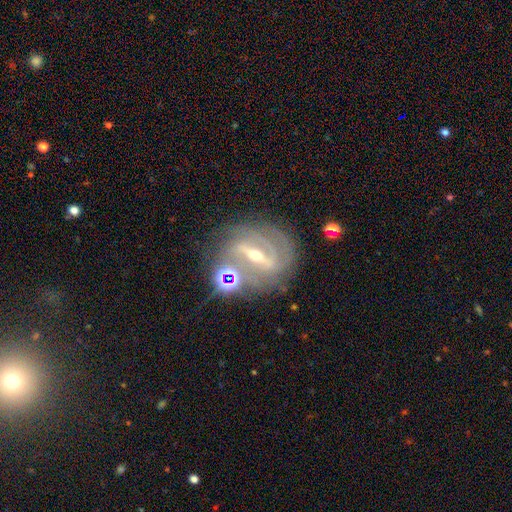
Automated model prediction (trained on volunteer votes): Smooth or featured: featured or disk — 87% (star or artifact — 8%)
Edge-on disk: no — 91% (yes — 9%)
Bar: strong — 76% (weak — 17%)
Spiral arms: yes — 92% (no — 8%)
Spiral winding: tight — 54% (medium — 35%)
Spiral arm count: 2 — 48% (can't tell — 20%)
Bulge size: moderate — 49% (small — 47%)
Merging: none — 71% (minor disturbance — 15%)